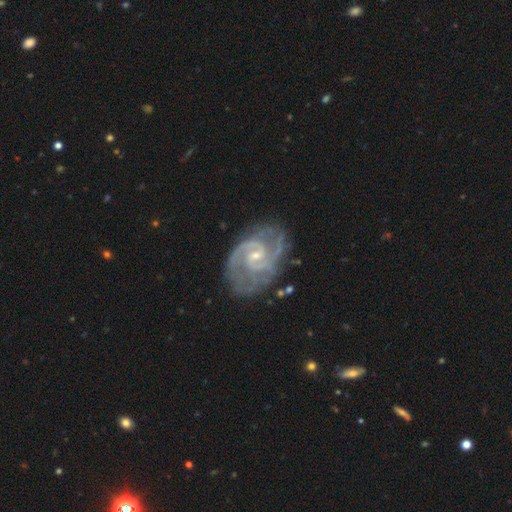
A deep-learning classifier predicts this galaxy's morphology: Q: Smooth or featured?
A: featured or disk (91%); runner-up: star or artifact (5%)
Q: Edge-on disk?
A: no (98%); runner-up: yes (2%)
Q: Bar?
A: weak (49%); runner-up: no (41%)
Q: Spiral arms?
A: yes (98%); runner-up: no (2%)
Q: Spiral winding?
A: medium (49%); runner-up: tight (42%)
Q: Spiral arm count?
A: 2 (69%); runner-up: 3 (12%)
Q: Bulge size?
A: small (71%); runner-up: moderate (25%)
Q: Merging?
A: none (70%); runner-up: minor disturbance (19%)